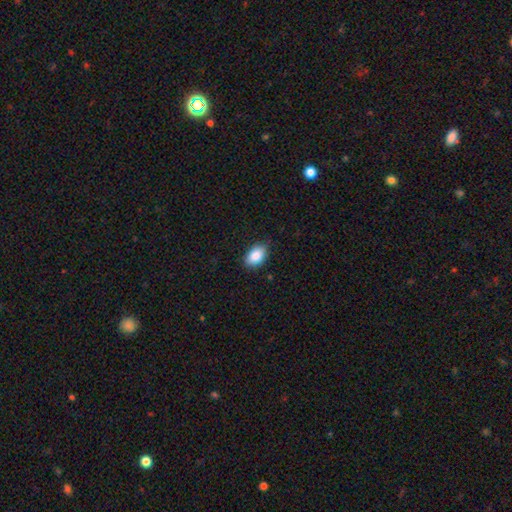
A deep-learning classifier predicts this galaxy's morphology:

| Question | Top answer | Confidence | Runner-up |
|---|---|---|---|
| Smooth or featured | smooth | 88% | star or artifact (7%) |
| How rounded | in between | 90% | round (8%) |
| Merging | none | 83% | minor disturbance (14%) |